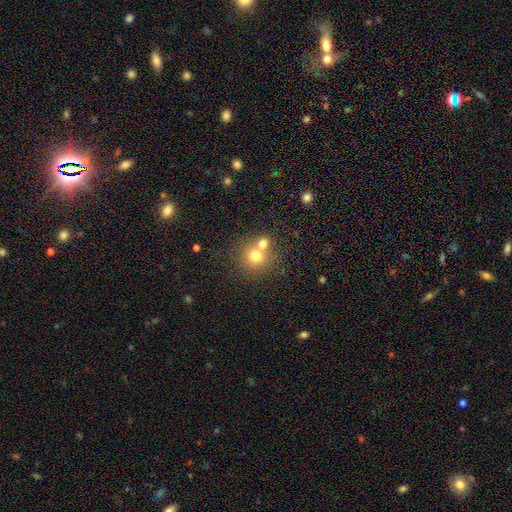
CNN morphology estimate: smooth_or_featured: smooth (p=0.72) [alt: featured or disk p=0.15]
how_rounded: round (p=0.87) [alt: in between p=0.12]
merging: none (p=0.47) [alt: merger p=0.43]